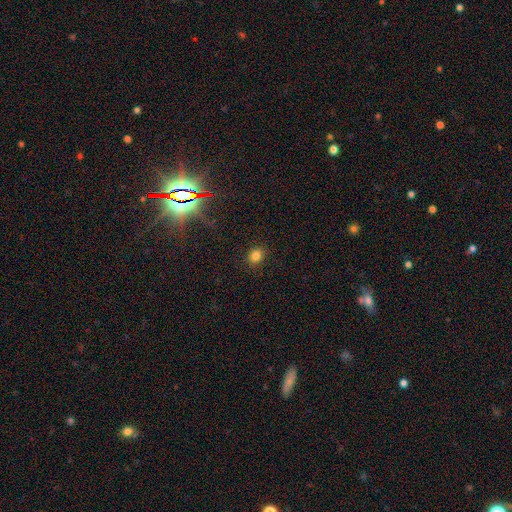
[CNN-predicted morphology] Smooth or featured?
  - smooth: 82% *
  - star or artifact: 13%
  - featured or disk: 5%
How rounded?
  - round: 60% *
  - in between: 39%
  - cigar-shaped: 1%
Merging?
  - none: 89% *
  - minor disturbance: 8%
  - major disturbance: 3%
  - merger: 1%